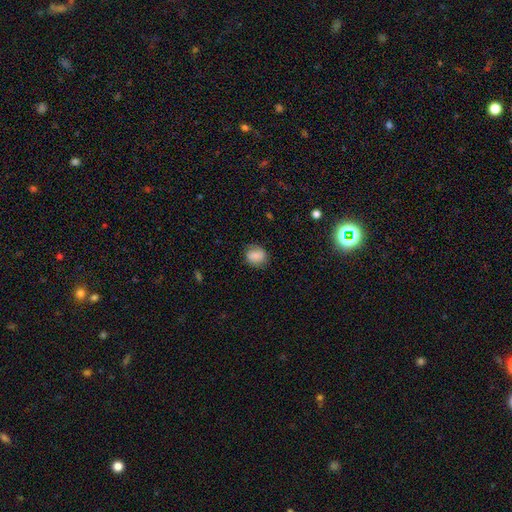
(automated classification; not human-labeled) Smooth or featured: smooth — 79% (featured or disk — 12%)
How rounded: round — 64% (in between — 35%)
Merging: none — 77% (minor disturbance — 16%)